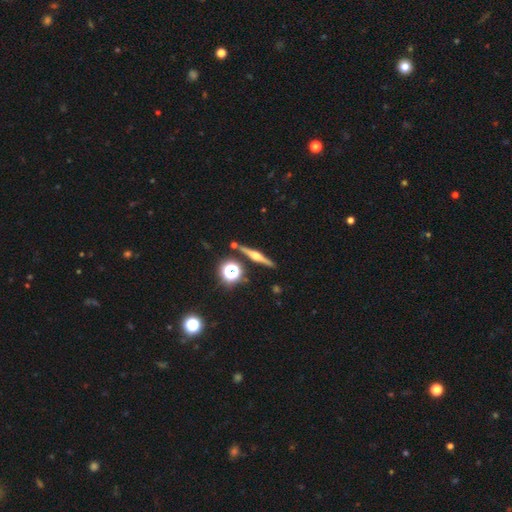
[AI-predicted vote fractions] Smooth or featured: featured or disk — 75% (smooth — 15%)
Edge-on disk: yes — 97% (no — 3%)
Edge-on bulge: rounded — 91% (boxy — 6%)
Merging: none — 88% (minor disturbance — 6%)